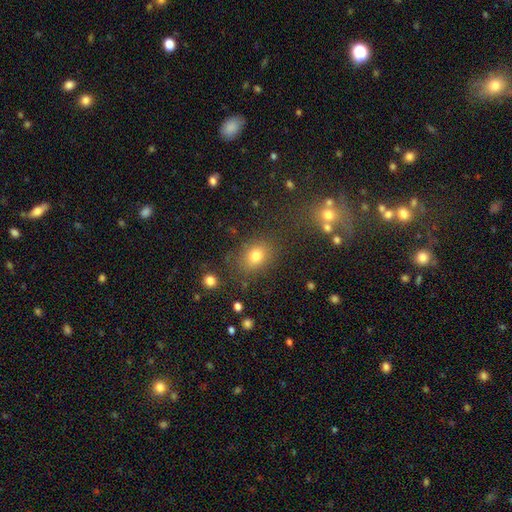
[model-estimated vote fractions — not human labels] Smooth or featured? smooth (77%)
How rounded? in between (59%)
Merging? none (78%)